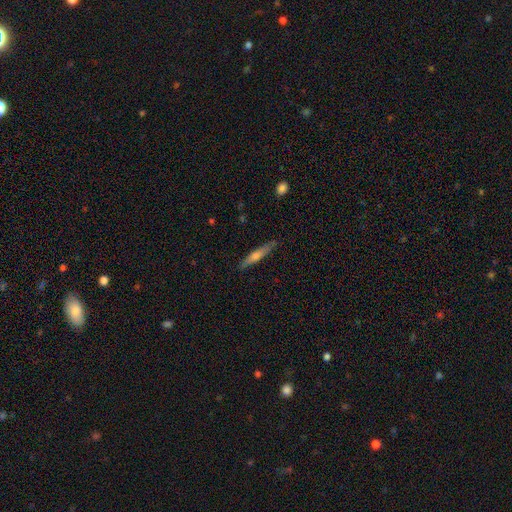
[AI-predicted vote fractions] Morphology: type=featured or disk (49%); merging=none (86%).